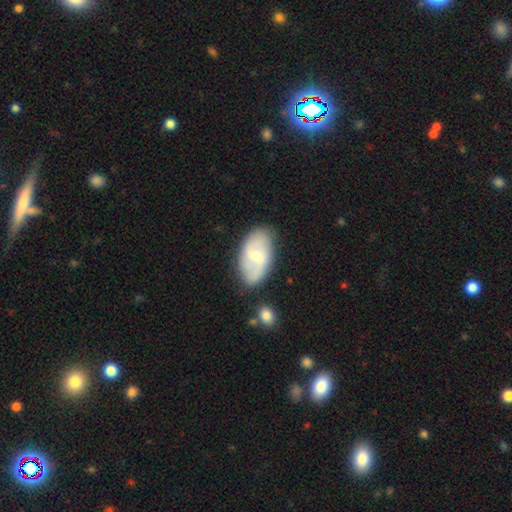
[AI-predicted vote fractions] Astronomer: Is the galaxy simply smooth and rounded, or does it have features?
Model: featured or disk — 63%.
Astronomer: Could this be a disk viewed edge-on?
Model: no — 95%.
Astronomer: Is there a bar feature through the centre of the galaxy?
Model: weak — 49% (runner-up: no, 40%).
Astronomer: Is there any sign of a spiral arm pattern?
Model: yes — 83%.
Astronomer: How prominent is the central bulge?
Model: small — 59% (runner-up: moderate, 37%).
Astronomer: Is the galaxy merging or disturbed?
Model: none — 75%.